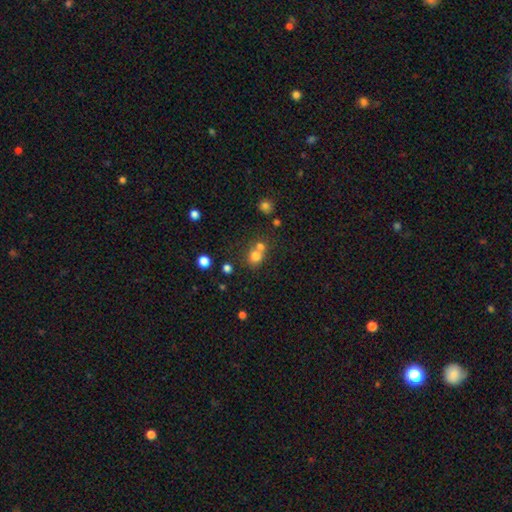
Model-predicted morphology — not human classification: Overall: smooth (75%). How rounded: round (81%). Merging: none (46%; merger 44%).